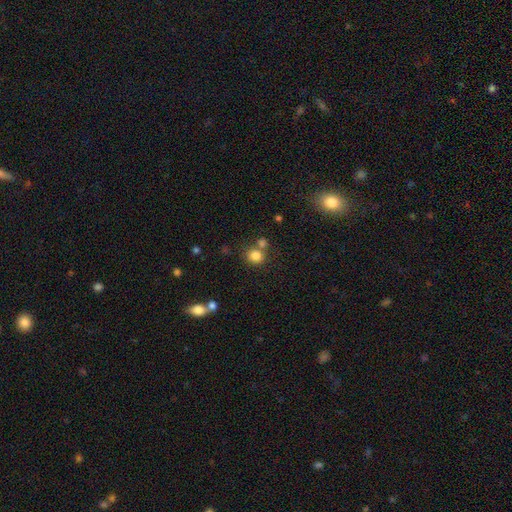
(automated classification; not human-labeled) A smooth galaxy with no disk features (82%) that is round (82%). Merging: none (64%).